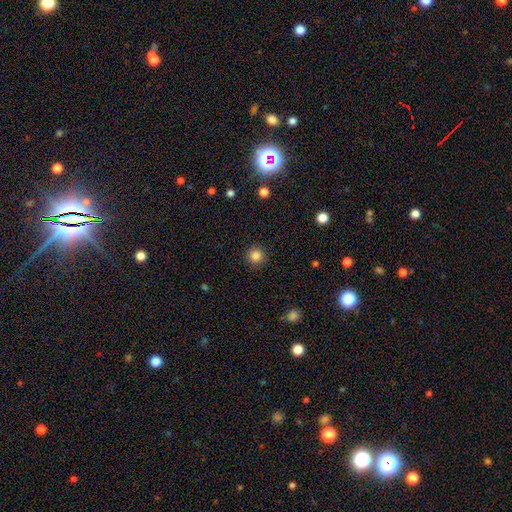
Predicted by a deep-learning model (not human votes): smooth_or_featured: smooth (p=0.84) [alt: star or artifact p=0.11]
how_rounded: round (p=0.95) [alt: in between p=0.04]
merging: none (p=0.92) [alt: minor disturbance p=0.05]